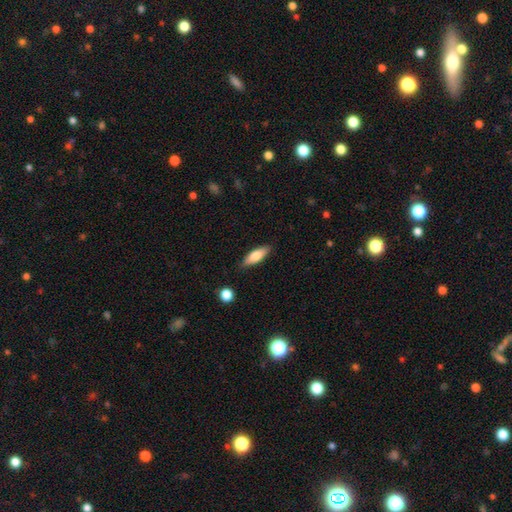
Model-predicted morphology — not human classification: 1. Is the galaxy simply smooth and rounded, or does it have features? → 75% smooth, 19% featured or disk, 6% star or artifact.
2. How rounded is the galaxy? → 59% in between, 39% cigar-shaped, 2% round.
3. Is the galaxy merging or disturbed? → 85% none, 11% minor disturbance, 2% major disturbance, 2% merger.